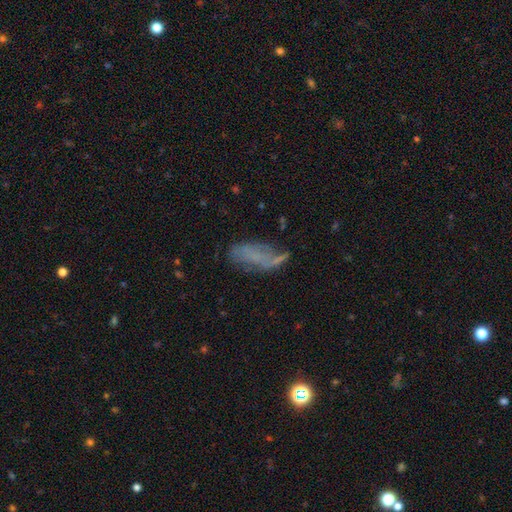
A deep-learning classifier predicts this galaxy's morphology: Smooth or featured?
  - smooth: 43% * (tied)
  - featured or disk: 43% * (tied)
  - star or artifact: 14%
Merging?
  - none: 41% *
  - minor disturbance: 27%
  - major disturbance: 26%
  - merger: 6%